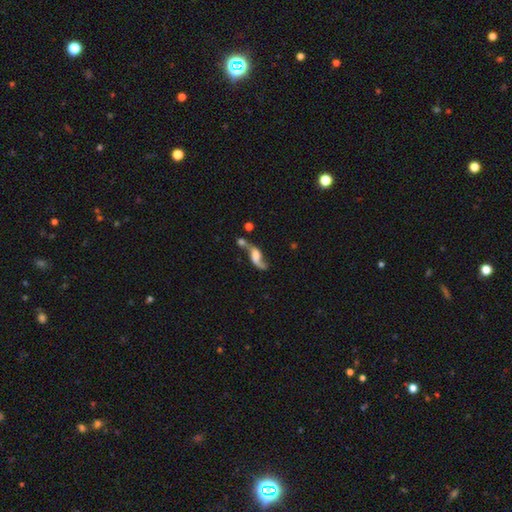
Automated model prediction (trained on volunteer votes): A featured or disk galaxy (68%) with no bar (52%), 2 (81%) loose (86%) spiral arms (86%) and no central bulge (33%). Merging: merger (38%).